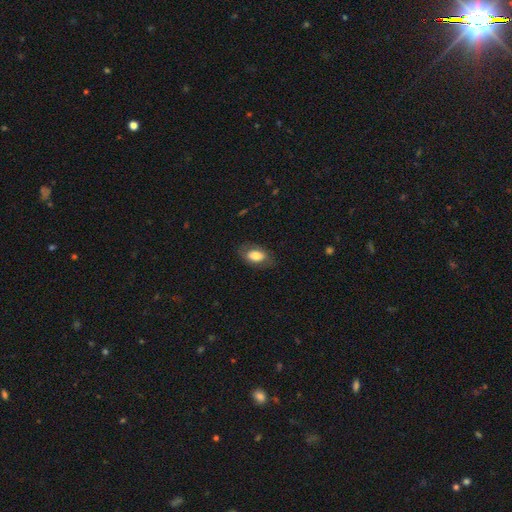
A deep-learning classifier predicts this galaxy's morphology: A smooth galaxy with no disk features (74%) that is in between round and cigar-shaped (90%). Merging: none (76%).